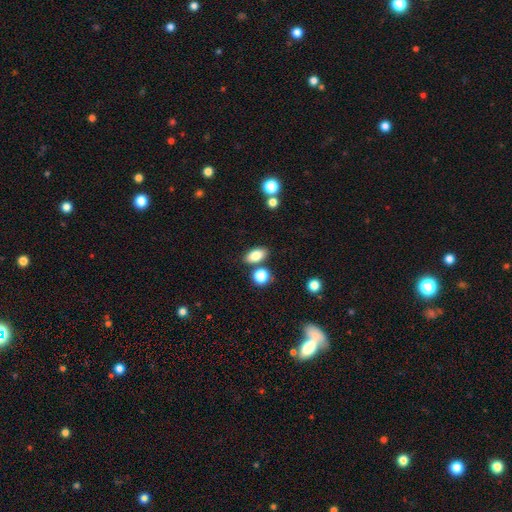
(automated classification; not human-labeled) Overall: smooth (82%). How rounded: in between (86%). Merging: none (74%).